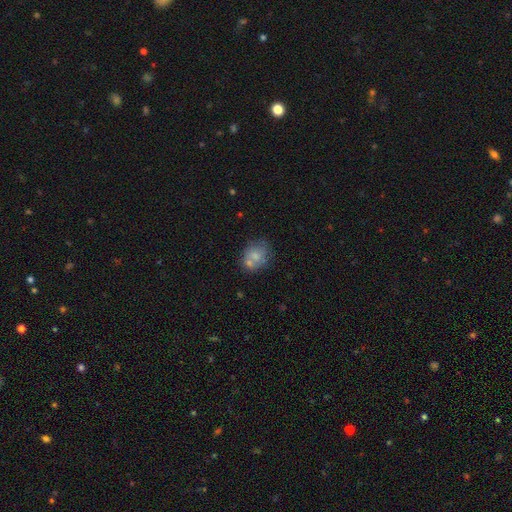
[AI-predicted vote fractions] A smooth galaxy with no disk features (68%) that is round (53%).

Vote fractions:
- Smooth or featured? smooth: 68% / featured or disk: 24% / star or artifact: 9%
- How rounded? round: 53% / in between: 46% / cigar-shaped: 1%
- Merging? none: 43% / merger: 31% / minor disturbance: 18% / major disturbance: 8%